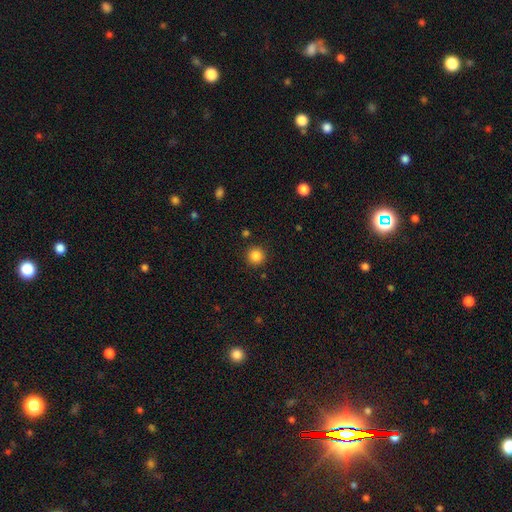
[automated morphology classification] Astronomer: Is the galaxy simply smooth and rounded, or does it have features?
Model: smooth — 85%.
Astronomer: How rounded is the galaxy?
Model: round — 95%.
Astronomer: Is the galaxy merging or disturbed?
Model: none — 91%.